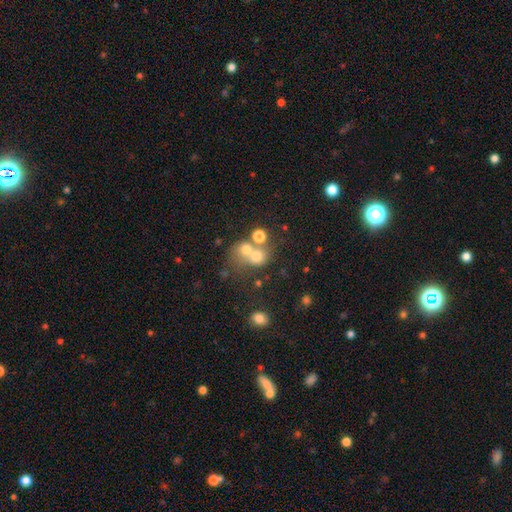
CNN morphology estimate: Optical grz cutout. It shows a smooth galaxy with no disk features (63%) that is round (75%). Merging: merger (51%).